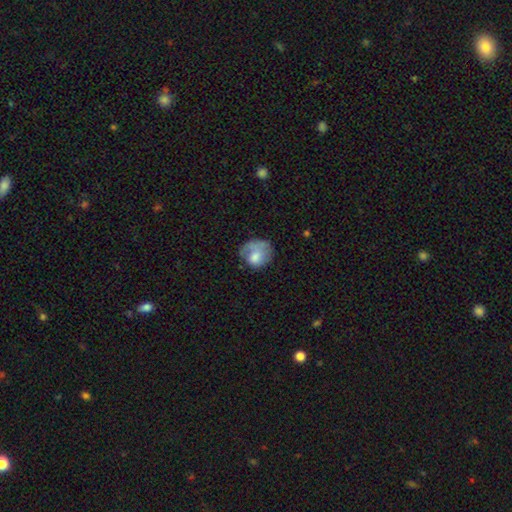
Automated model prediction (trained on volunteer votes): smooth_or_featured: smooth (p=0.64) [alt: featured or disk p=0.29]
how_rounded: round (p=0.64) [alt: in between p=0.35]
merging: none (p=0.41) [alt: minor disturbance p=0.29]